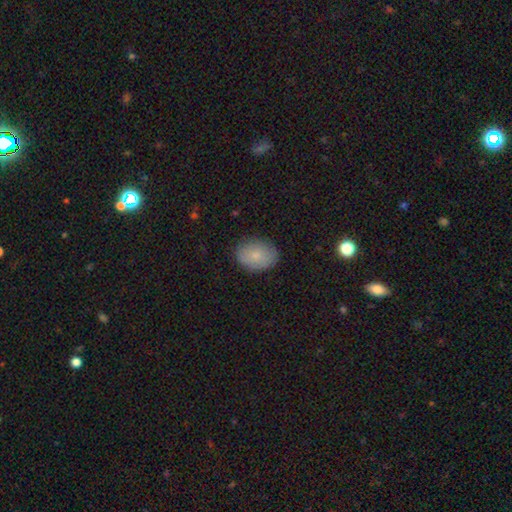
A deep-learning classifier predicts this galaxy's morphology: type=smooth (82%); roundness=in between (74%); merging=none (84%).